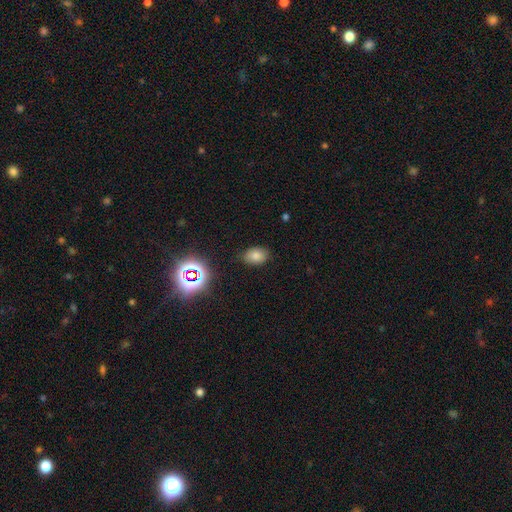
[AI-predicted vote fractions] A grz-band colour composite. It shows a smooth galaxy with no disk features (76%) that is in between round and cigar-shaped (79%). Merging: none (82%).